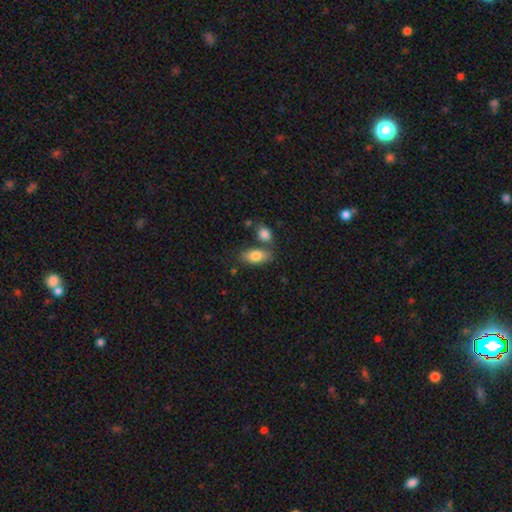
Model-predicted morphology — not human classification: This appears to be a smooth galaxy with no disk features (83%) that is in between round and cigar-shaped (89%). Merging: none (65%).